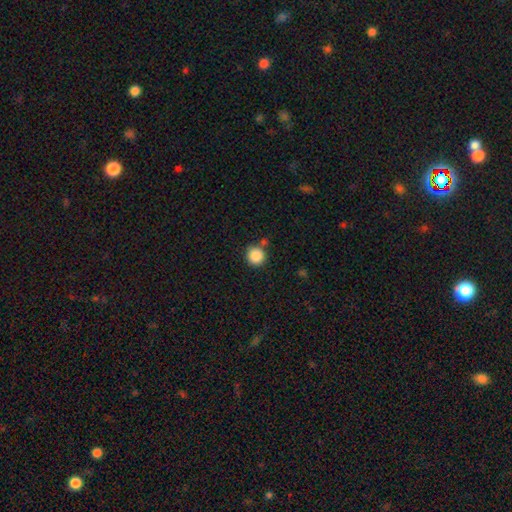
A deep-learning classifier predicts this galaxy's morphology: Smooth or featured? Predicted: smooth (p=0.87). How rounded? Predicted: round (p=0.94). Merging? Predicted: none (p=0.78).